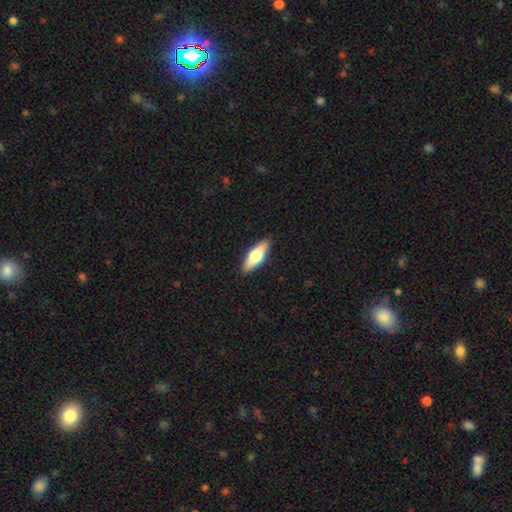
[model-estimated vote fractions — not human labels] A smooth galaxy with no disk features (55%) that is in between round and cigar-shaped (58%). Merging: none (89%).